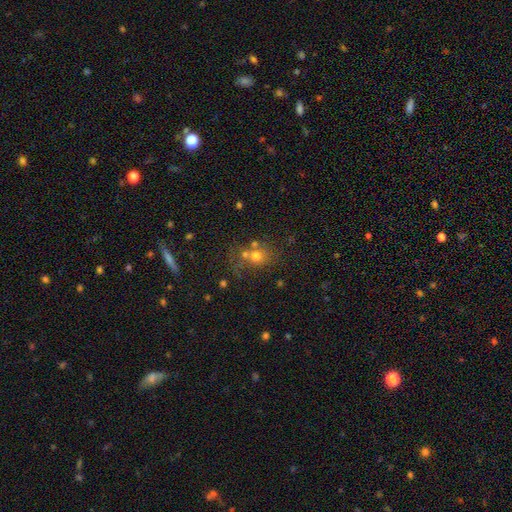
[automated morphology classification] type=smooth (58%); roundness=round (74%); merging=none (48%).